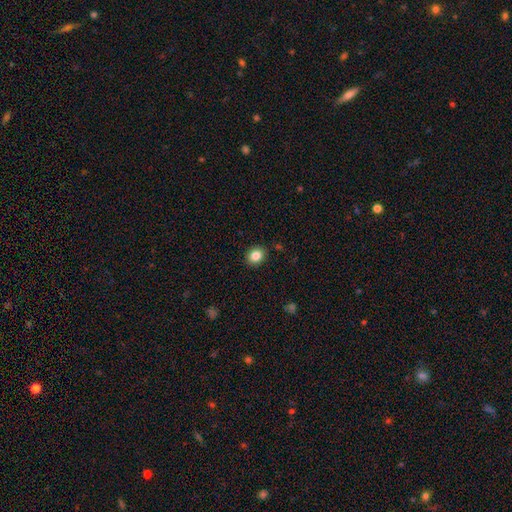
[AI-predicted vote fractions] This is clearly a smooth galaxy (85%). How rounded: possibly round (58%). Merging: clearly none (90%).